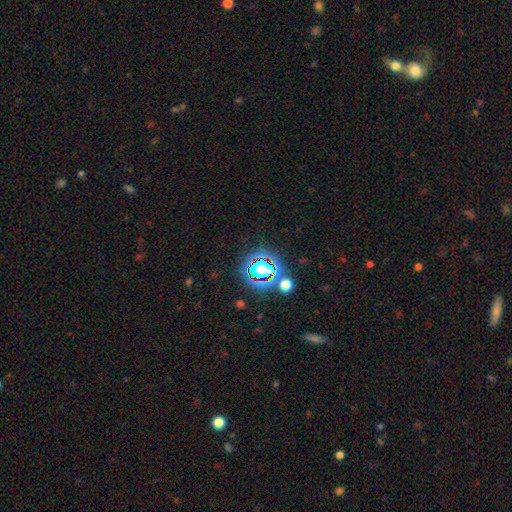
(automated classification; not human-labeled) Smooth or featured? Predicted: star or artifact (p=0.78).